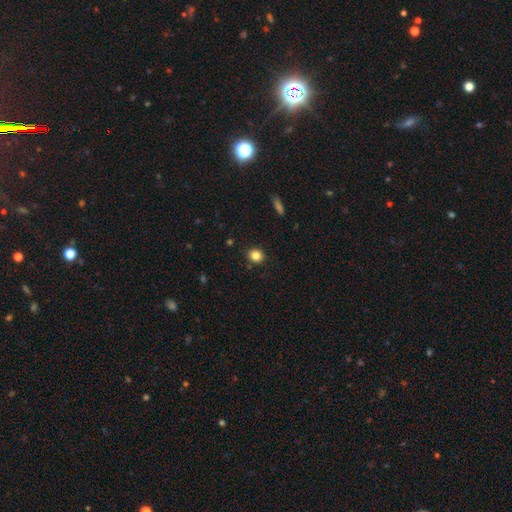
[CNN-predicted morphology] A smooth galaxy with no disk features (84%) that is round (76%).

Vote fractions:
- Smooth or featured? smooth: 84% / star or artifact: 11% / featured or disk: 5%
- How rounded? round: 76% / in between: 23% / cigar-shaped: 1%
- Merging? none: 89% / minor disturbance: 8% / major disturbance: 2% / merger: 2%